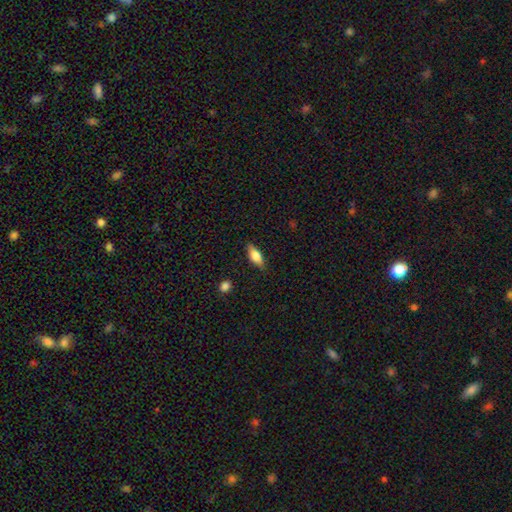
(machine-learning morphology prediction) Q: Smooth or featured?
A: smooth (67%); runner-up: featured or disk (26%)
Q: How rounded?
A: in between (70%); runner-up: cigar-shaped (27%)
Q: Merging?
A: none (84%); runner-up: minor disturbance (12%)